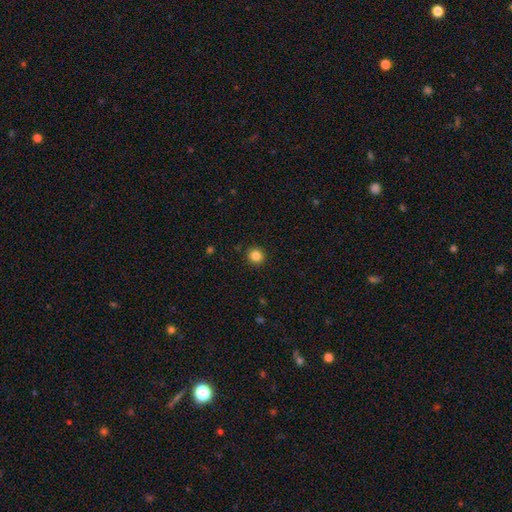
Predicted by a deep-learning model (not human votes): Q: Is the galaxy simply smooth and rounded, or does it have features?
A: smooth — 84%.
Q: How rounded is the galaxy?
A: round — 92%.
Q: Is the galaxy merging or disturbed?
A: none — 92%.